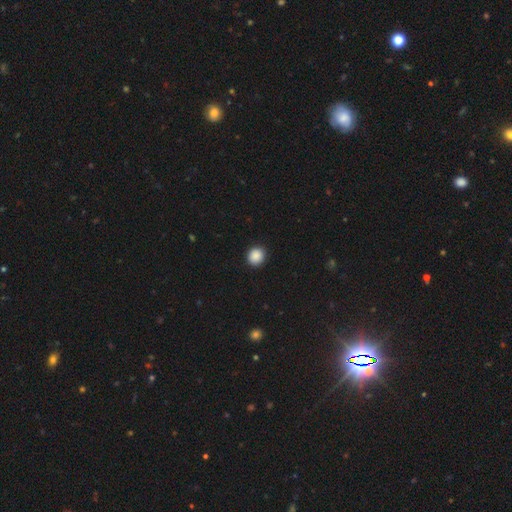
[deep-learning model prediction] Smooth or featured? Predicted: smooth (p=0.89). How rounded? Predicted: round (p=0.89). Merging? Predicted: none (p=0.92).